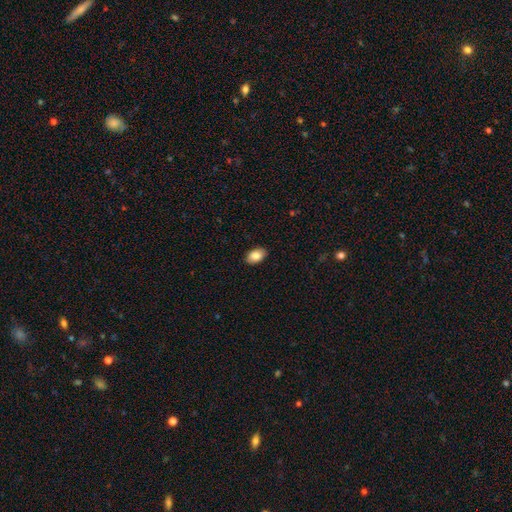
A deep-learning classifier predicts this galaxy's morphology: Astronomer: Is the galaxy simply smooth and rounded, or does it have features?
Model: smooth — 87%.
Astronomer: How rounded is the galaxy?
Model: in between — 92%.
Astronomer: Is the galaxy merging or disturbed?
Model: none — 90%.